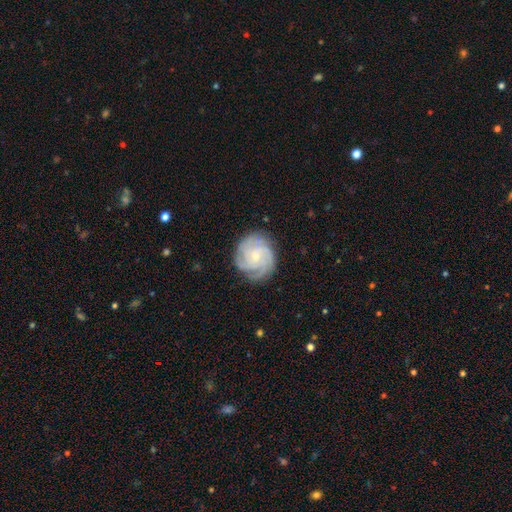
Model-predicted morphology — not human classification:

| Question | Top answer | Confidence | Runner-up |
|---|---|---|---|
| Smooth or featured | featured or disk | 83% | smooth (11%) |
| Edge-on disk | no | 98% | yes (2%) |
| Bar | no | 69% | weak (27%) |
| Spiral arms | yes | 97% | no (3%) |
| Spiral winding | tight | 68% | medium (27%) |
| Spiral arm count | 4 | 38% | 3 (22%) |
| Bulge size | small | 69% | moderate (26%) |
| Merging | none | 80% | minor disturbance (14%) |